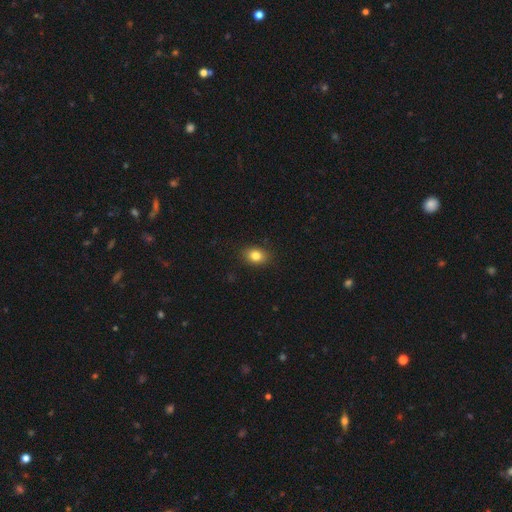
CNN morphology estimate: Smooth or featured? smooth (83%)
How rounded? in between (66%)
Merging? none (88%)